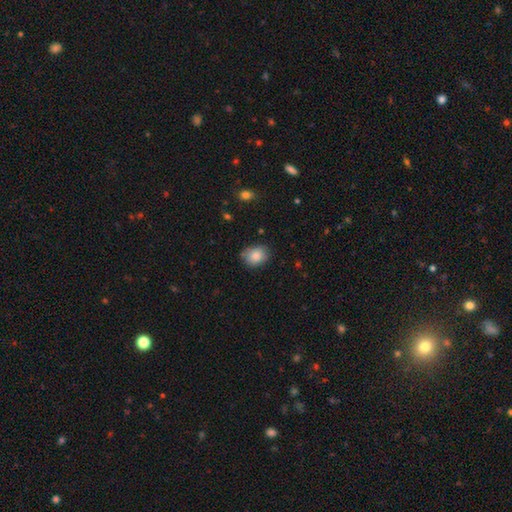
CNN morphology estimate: This appears to be a smooth galaxy with no disk features (85%) that is in between round and cigar-shaped (55%). Merging: none (74%).